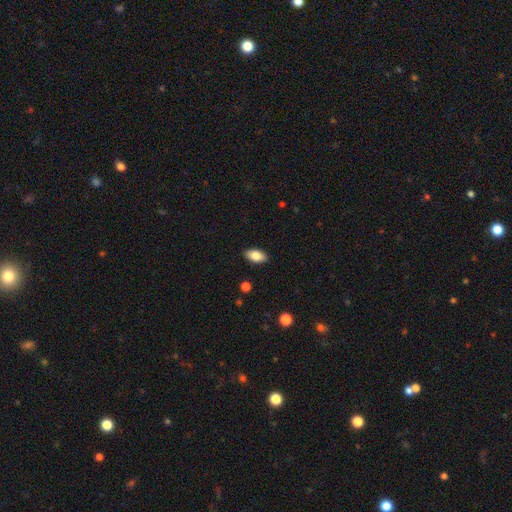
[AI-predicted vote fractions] Overall: smooth (82%). How rounded: in between (92%). Merging: none (89%).